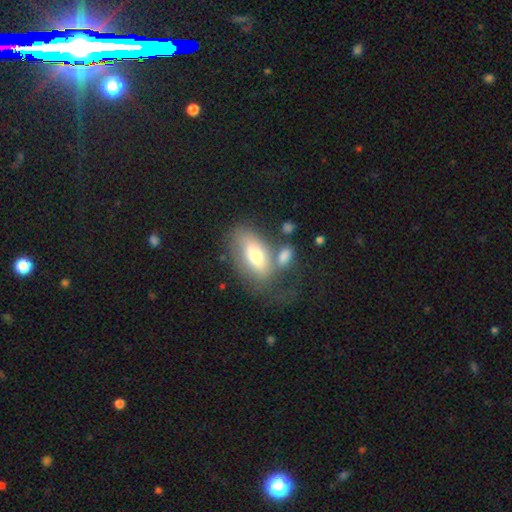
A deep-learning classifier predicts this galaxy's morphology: Smooth or featured?
  - smooth: 65% *
  - featured or disk: 28%
  - star or artifact: 7%
How rounded?
  - in between: 88% *
  - cigar-shaped: 8%
  - round: 4%
Merging?
  - none: 40% *
  - merger: 25%
  - minor disturbance: 19%
  - major disturbance: 17%